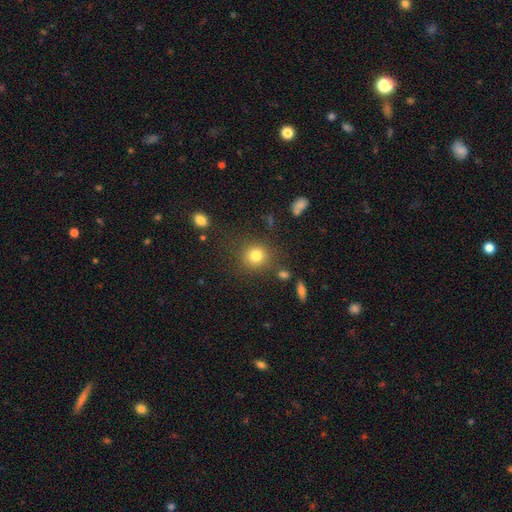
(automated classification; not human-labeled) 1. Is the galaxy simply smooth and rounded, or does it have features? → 80% smooth, 13% star or artifact, 8% featured or disk.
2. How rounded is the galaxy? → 87% round, 12% in between, 1% cigar-shaped.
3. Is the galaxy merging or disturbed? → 82% none, 10% minor disturbance, 4% major disturbance, 4% merger.